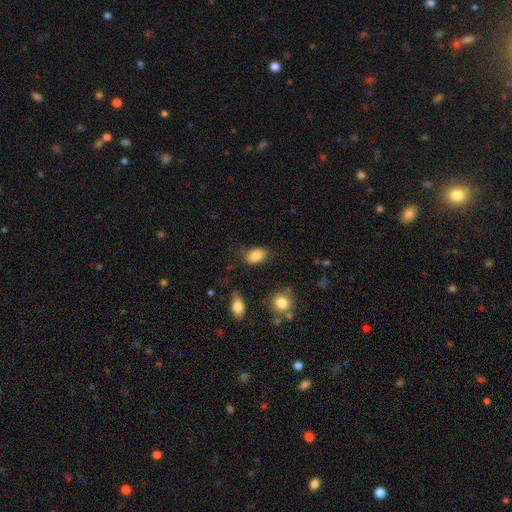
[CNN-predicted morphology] Smooth or featured: smooth — 84% (star or artifact — 8%)
How rounded: in between — 87% (round — 11%)
Merging: none — 76% (minor disturbance — 17%)